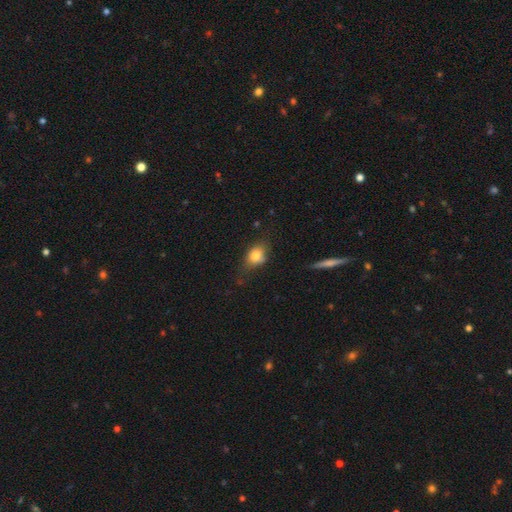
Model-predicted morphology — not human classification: type=smooth (75%); roundness=in between (63%); merging=none (54%).